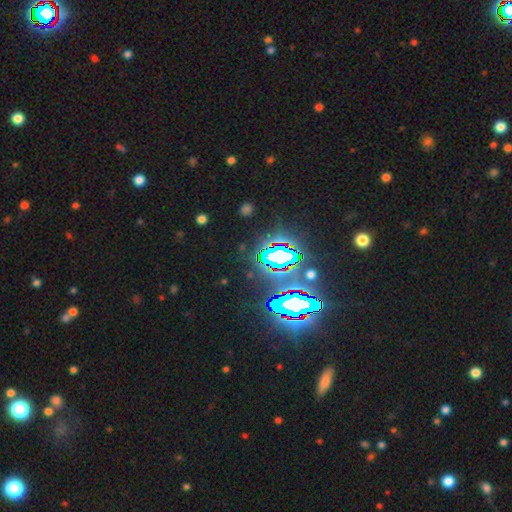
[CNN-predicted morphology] Smooth or featured?
  - star or artifact: 84% *
  - smooth: 9%
  - featured or disk: 7%